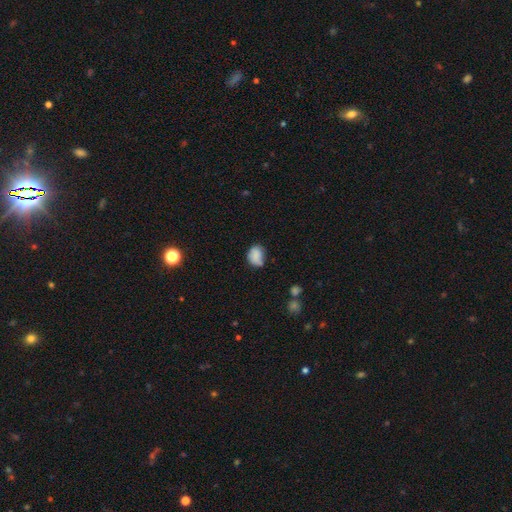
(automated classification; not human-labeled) Smooth or featured? smooth (83%)
How rounded? in between (61%)
Merging? none (56%)